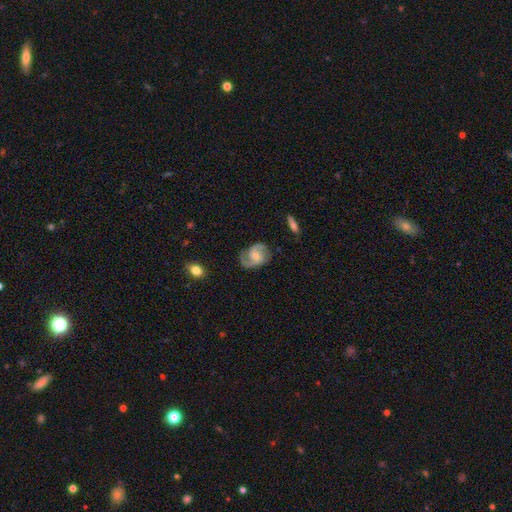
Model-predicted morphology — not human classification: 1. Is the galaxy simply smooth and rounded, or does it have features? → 79% featured or disk, 16% smooth, 6% star or artifact.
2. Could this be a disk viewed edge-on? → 97% no, 3% yes.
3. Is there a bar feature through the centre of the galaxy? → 61% no, 33% weak, 6% strong.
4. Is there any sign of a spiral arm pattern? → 94% yes, 6% no.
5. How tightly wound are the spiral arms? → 49% medium, 28% tight, 23% loose.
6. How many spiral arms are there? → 79% 2, 8% 1, 7% can't tell, 3% 3, 1% 4, 1% more than 4.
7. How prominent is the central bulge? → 54% small, 38% moderate, 5% none, 2% large, 1% dominant.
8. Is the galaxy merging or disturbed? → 64% none, 23% minor disturbance, 12% major disturbance, 2% merger.